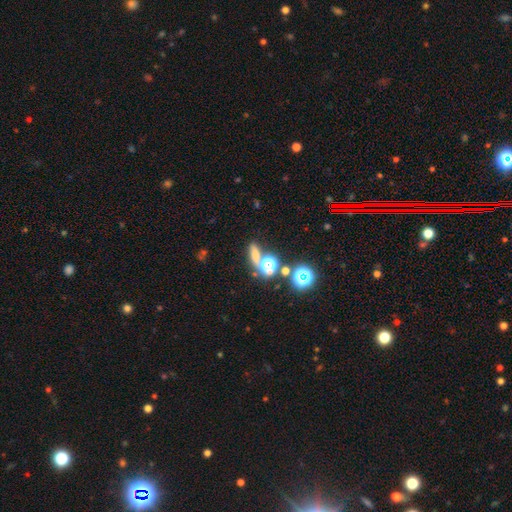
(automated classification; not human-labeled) Morphology: type=smooth (52%); roundness=in between (40%); merging=none (60%).